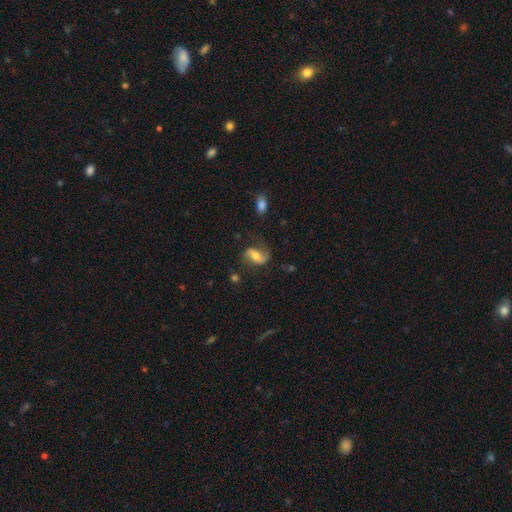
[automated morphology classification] smooth-or-featured: featured or disk: 68% | smooth: 24% | star or artifact: 8%
  disk-edge-on: no: 95% | yes: 5%
    bar: weak: 36% | no: 34% | strong: 30%
    has-spiral-arms: yes: 91% | no: 9%
      spiral-winding: loose: 62% | medium: 29% | tight: 9%
      spiral-arm-count: 2: 87% | 1: 7% | can't tell: 4% | 3: 1% | 4: 1% | more than 4: 1%
    bulge-size: moderate: 59% | small: 28% | large: 8% | none: 3% | dominant: 2%
  merging: none: 67% | minor disturbance: 19% | major disturbance: 11% | merger: 2%